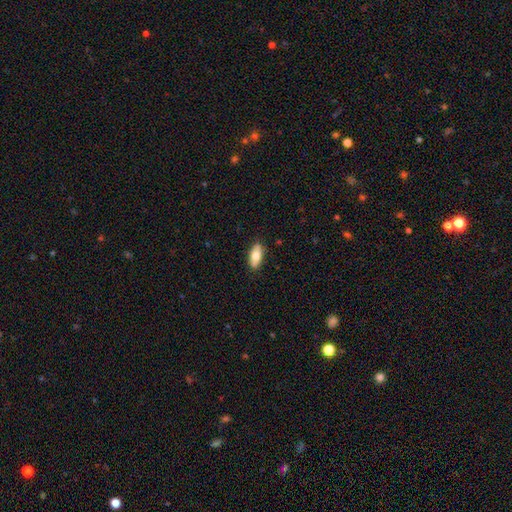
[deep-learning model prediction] This appears to be a smooth galaxy with no disk features (73%) that is in between round and cigar-shaped (86%). Merging: none (87%).